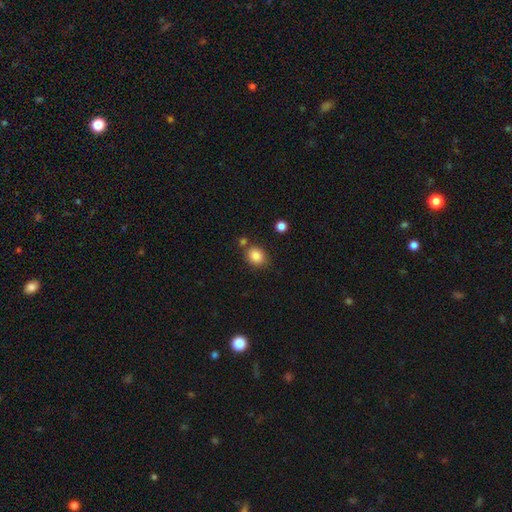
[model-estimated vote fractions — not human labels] Q: Smooth or featured?
A: smooth (86%); runner-up: star or artifact (10%)
Q: How rounded?
A: round (58%); runner-up: in between (41%)
Q: Merging?
A: none (72%); runner-up: minor disturbance (14%)